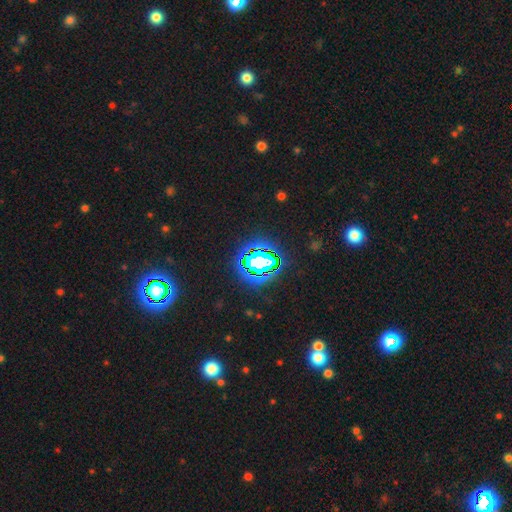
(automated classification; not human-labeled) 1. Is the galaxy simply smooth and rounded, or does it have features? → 77% star or artifact, 14% smooth, 9% featured or disk.